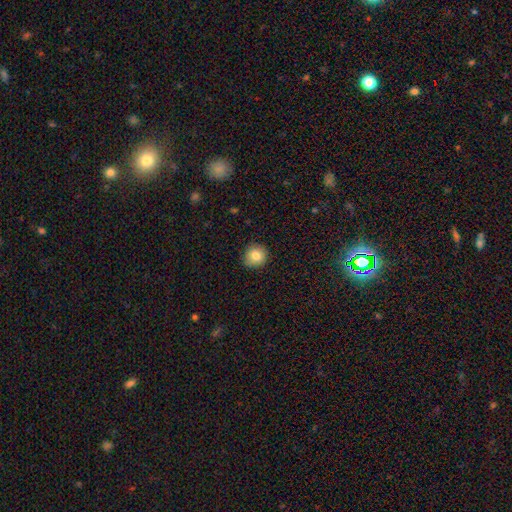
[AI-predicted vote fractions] A smooth galaxy with no disk features (83%) that is round (91%).

Vote fractions:
- Smooth or featured? smooth: 83% / star or artifact: 9% / featured or disk: 7%
- How rounded? round: 91% / in between: 8% / cigar-shaped: 1%
- Merging? none: 87% / minor disturbance: 10% / major disturbance: 2% / merger: 1%